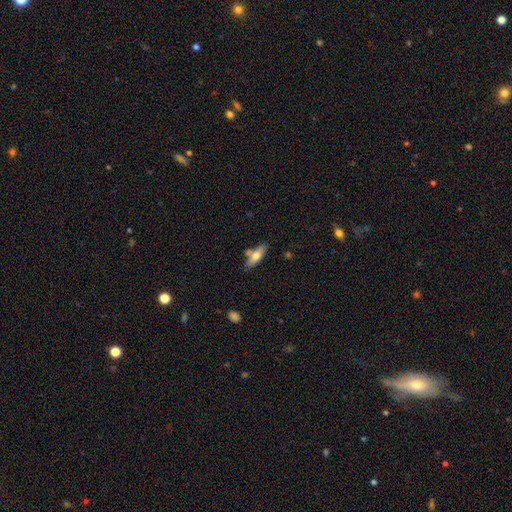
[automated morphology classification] smooth 60%, featured or disk 33%, star or artifact 6%. Down the decision tree: how rounded — in between (53%); merging — none (68%).